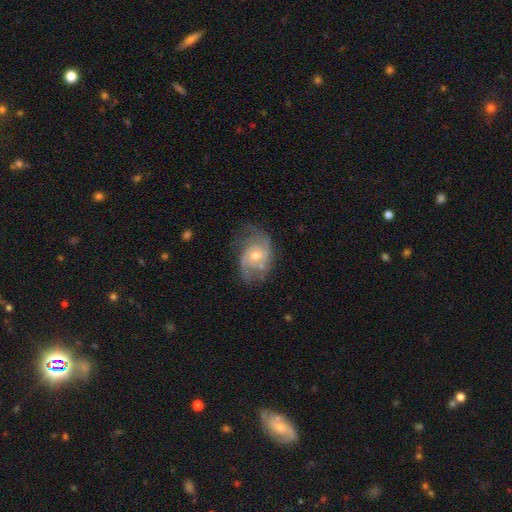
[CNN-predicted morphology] This appears to be a featured or disk galaxy (82%) with no bar (71%), 2 (55%) medium (45%) spiral arms (93%) and a moderate central bulge (57%). Merging: none (63%).